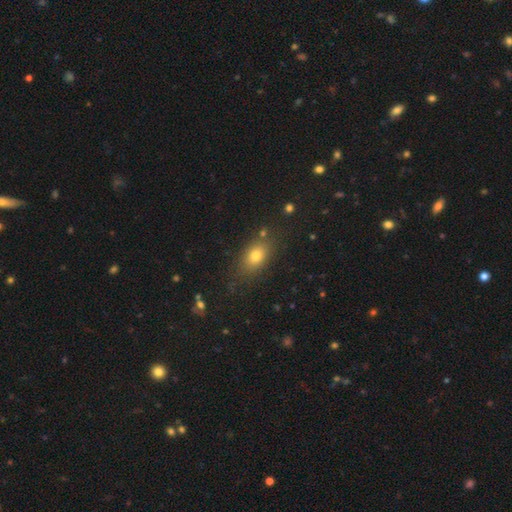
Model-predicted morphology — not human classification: Overall: smooth (76%). How rounded: in between (78%). Merging: none (77%).